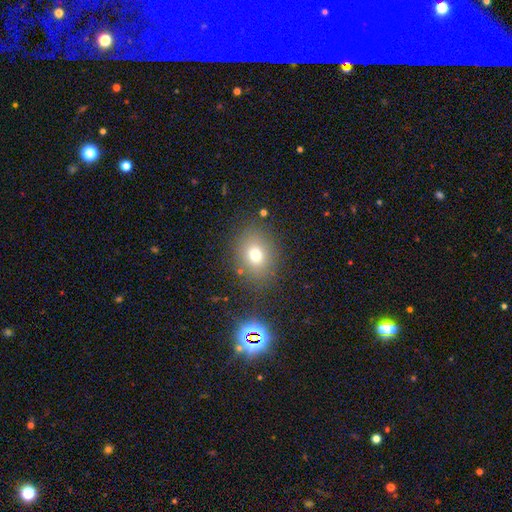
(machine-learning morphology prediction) Smooth or featured?
  - smooth: 69% *
  - star or artifact: 19%
  - featured or disk: 12%
How rounded?
  - in between: 51% *
  - round: 48%
  - cigar-shaped: 1%
Merging?
  - none: 83% *
  - minor disturbance: 10%
  - major disturbance: 4%
  - merger: 3%